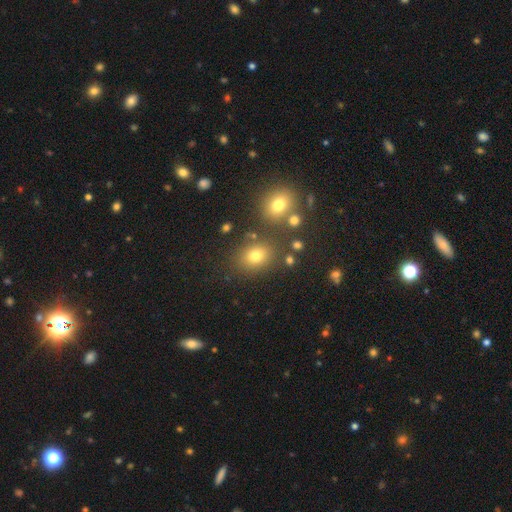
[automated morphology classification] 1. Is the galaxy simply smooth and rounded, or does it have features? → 72% smooth, 18% star or artifact, 9% featured or disk.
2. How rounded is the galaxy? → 54% round, 44% in between, 1% cigar-shaped.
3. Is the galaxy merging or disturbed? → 77% none, 11% minor disturbance, 8% merger, 4% major disturbance.